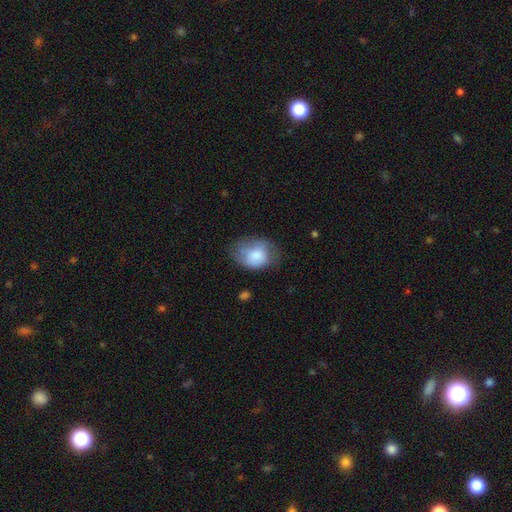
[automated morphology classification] This appears to be a smooth galaxy with no disk features (77%) that is in between round and cigar-shaped (69%). Merging: none (50%).